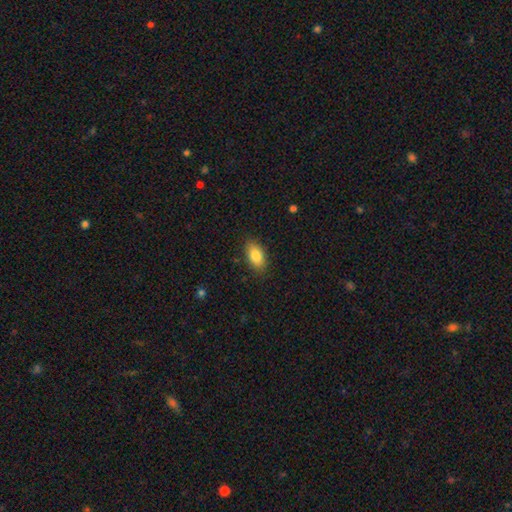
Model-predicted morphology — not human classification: A smooth galaxy with no disk features (83%) that is in between round and cigar-shaped (90%). Merging: none (86%).